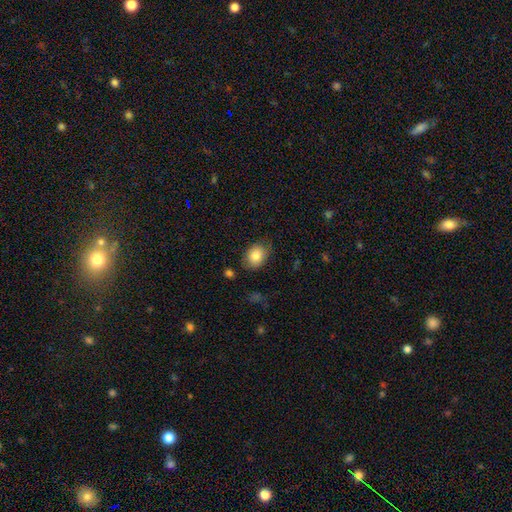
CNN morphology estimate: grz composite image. It shows a smooth galaxy with no disk features (82%) that is in between round and cigar-shaped (67%). Merging: none (76%).